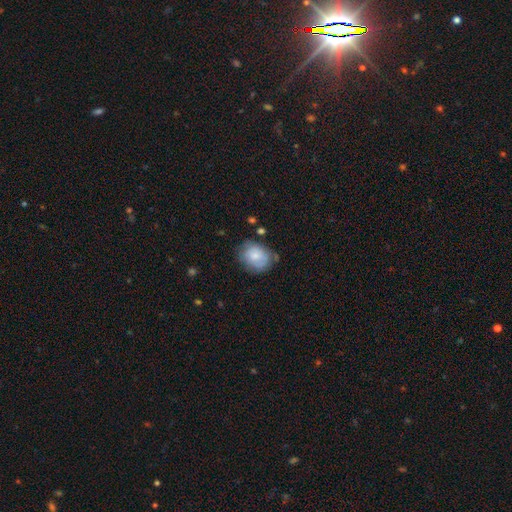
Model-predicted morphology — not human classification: Smooth or featured?
  - smooth: 70% *
  - featured or disk: 22%
  - star or artifact: 8%
How rounded?
  - round: 53% *
  - in between: 46%
  - cigar-shaped: 1%
Merging?
  - none: 57% *
  - minor disturbance: 29%
  - major disturbance: 10%
  - merger: 4%